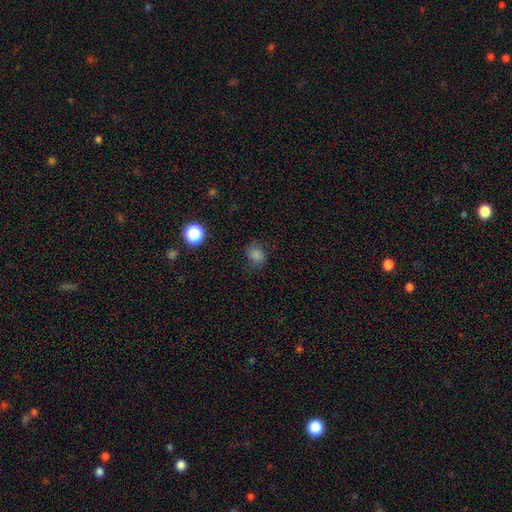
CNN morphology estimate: Q: Smooth or featured?
A: smooth (80%); runner-up: star or artifact (14%)
Q: How rounded?
A: round (60%); runner-up: in between (39%)
Q: Merging?
A: none (74%); runner-up: minor disturbance (19%)